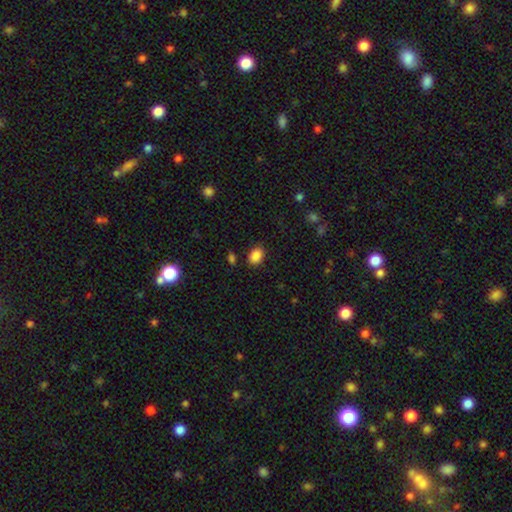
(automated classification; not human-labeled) Morphology: type=smooth (87%); roundness=in between (79%); merging=none (83%).